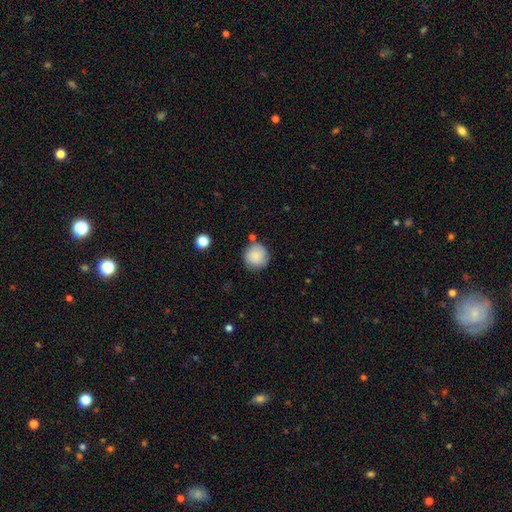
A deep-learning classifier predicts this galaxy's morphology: smooth 85%, star or artifact 8%, featured or disk 8%. Down the decision tree: how rounded — round (94%); merging — none (80%).